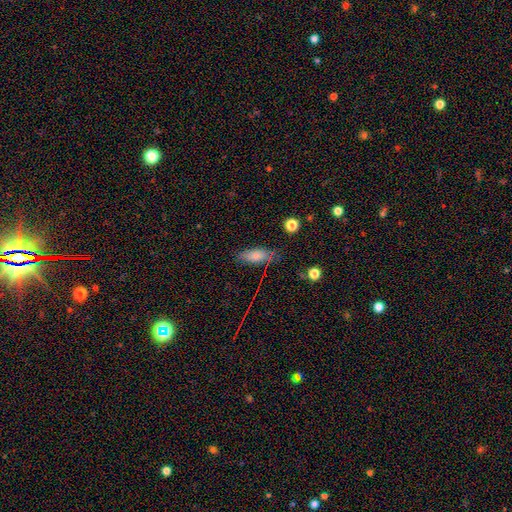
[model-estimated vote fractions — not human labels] A smooth galaxy with no disk features (79%) that is in between round and cigar-shaped (77%).

Vote fractions:
- Smooth or featured? smooth: 79% / featured or disk: 11% / star or artifact: 10%
- How rounded? in between: 77% / cigar-shaped: 20% / round: 3%
- Merging? none: 73% / minor disturbance: 20% / major disturbance: 5% / merger: 2%